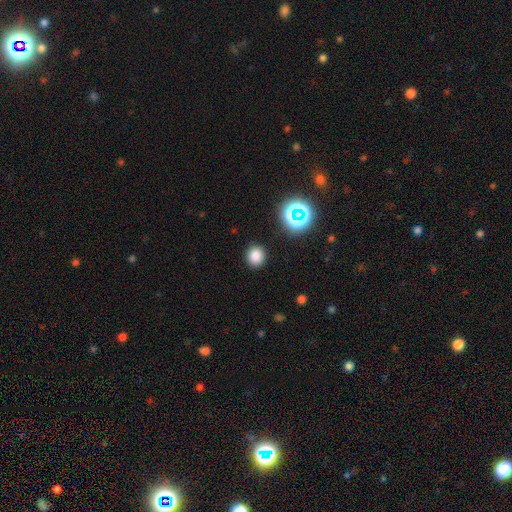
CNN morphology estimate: smooth 80%, star or artifact 15%, featured or disk 5%. Down the decision tree: how rounded — round (86%); merging — none (90%).